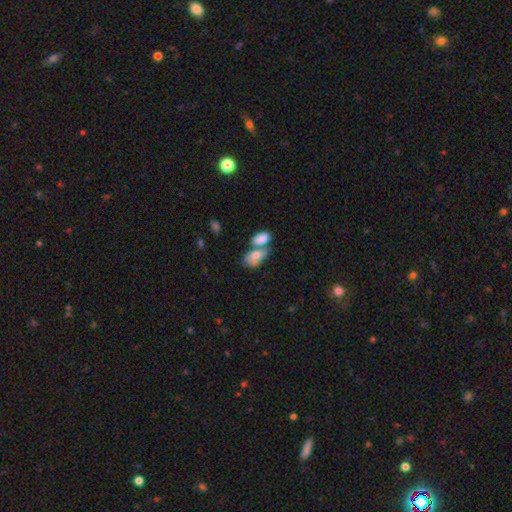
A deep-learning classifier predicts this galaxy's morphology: This is likely a smooth galaxy (73%). How rounded: clearly in between (90%). Merging: possibly merger (59%).